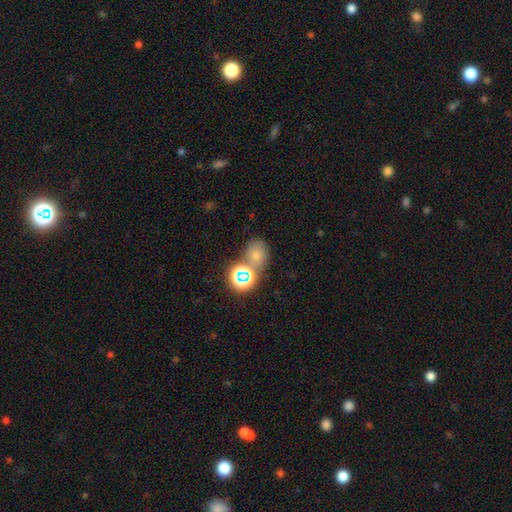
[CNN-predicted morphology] This is likely a smooth galaxy (66%). How rounded: possibly in between (50%). Merging: possibly none (57%).